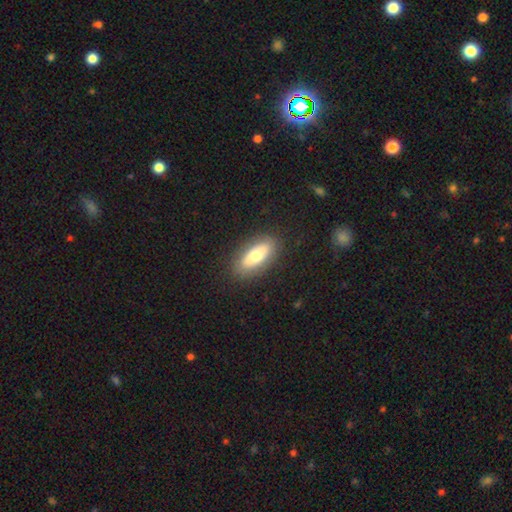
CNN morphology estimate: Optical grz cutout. It shows a smooth galaxy with no disk features (64%) that is in between round and cigar-shaped (84%). Merging: none (86%).